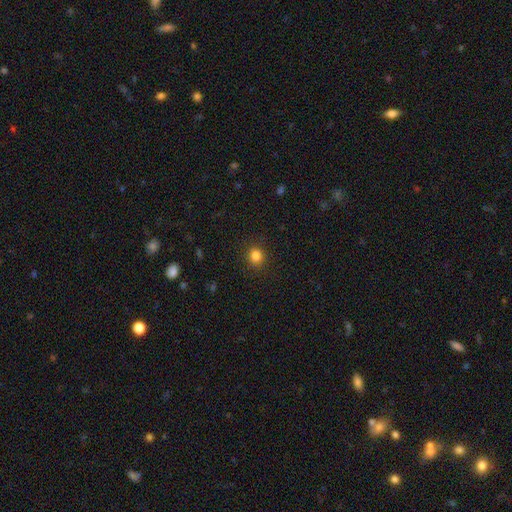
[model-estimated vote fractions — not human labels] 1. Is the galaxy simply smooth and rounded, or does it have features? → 83% smooth, 12% star or artifact, 4% featured or disk.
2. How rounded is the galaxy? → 84% round, 15% in between, 1% cigar-shaped.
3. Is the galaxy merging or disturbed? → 90% none, 7% minor disturbance, 3% major disturbance, 1% merger.